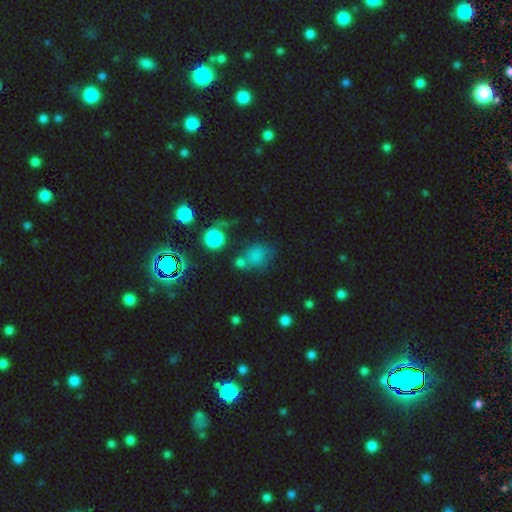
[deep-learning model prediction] Smooth or featured: smooth — 66% (star or artifact — 20%)
How rounded: round — 62% (in between — 36%)
Merging: none — 45% (minor disturbance — 22%)